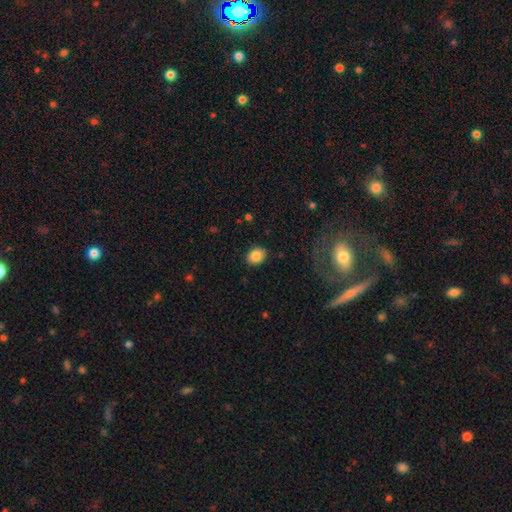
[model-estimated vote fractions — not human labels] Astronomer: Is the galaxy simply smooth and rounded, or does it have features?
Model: smooth — 86%.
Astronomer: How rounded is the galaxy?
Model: round — 56% (runner-up: in between, 43%).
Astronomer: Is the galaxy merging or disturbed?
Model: none — 88%.